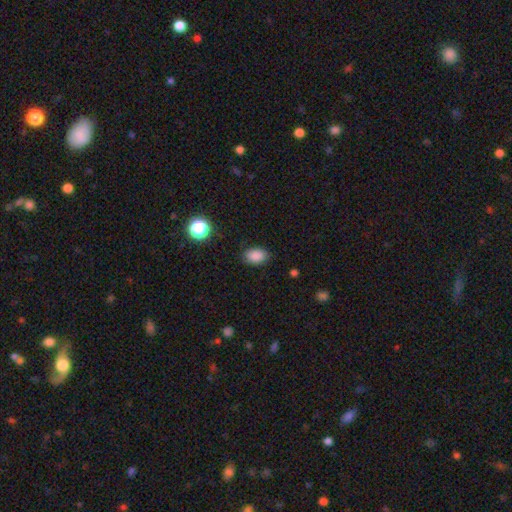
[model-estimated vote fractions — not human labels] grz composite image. It shows a smooth galaxy with no disk features (86%) that is in between round and cigar-shaped (81%). Merging: none (84%).